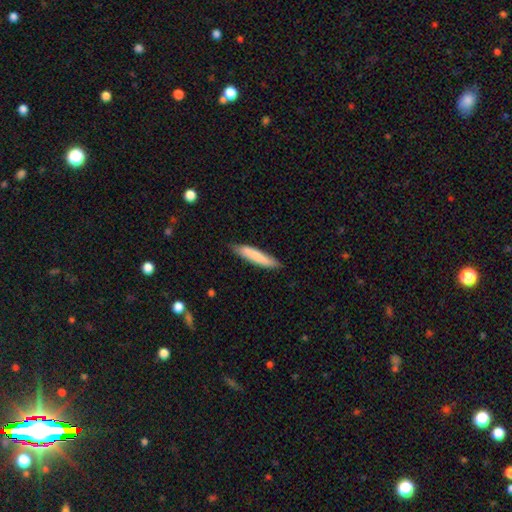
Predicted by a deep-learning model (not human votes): smooth 79%, featured or disk 16%, star or artifact 5%. Down the decision tree: how rounded — cigar-shaped (88%); merging — none (83%).